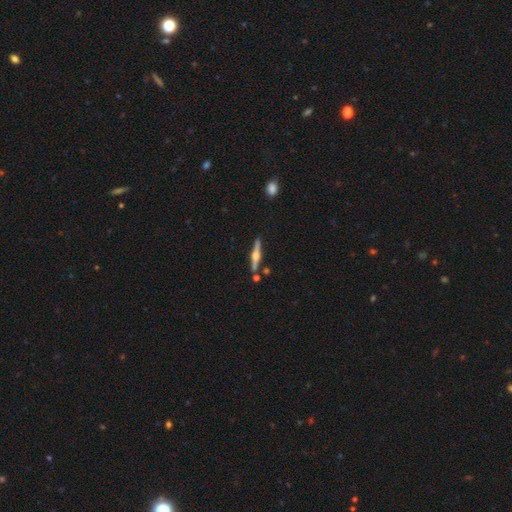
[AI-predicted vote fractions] Q: Smooth or featured?
A: featured or disk (75%); runner-up: smooth (19%)
Q: Edge-on disk?
A: yes (98%); runner-up: no (2%)
Q: Edge-on bulge?
A: rounded (93%); runner-up: boxy (4%)
Q: Merging?
A: none (84%); runner-up: minor disturbance (9%)